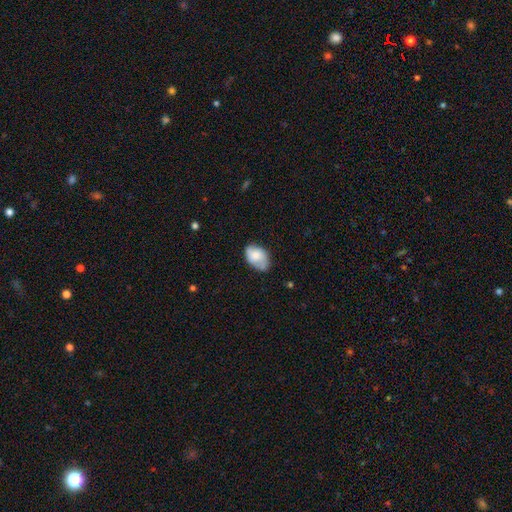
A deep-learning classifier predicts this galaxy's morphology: A smooth galaxy with no disk features (74%) that is in between round and cigar-shaped (88%).

Vote fractions:
- Smooth or featured? smooth: 74% / featured or disk: 19% / star or artifact: 7%
- How rounded? in between: 88% / round: 11% / cigar-shaped: 1%
- Merging? none: 58% / minor disturbance: 33% / major disturbance: 7% / merger: 3%